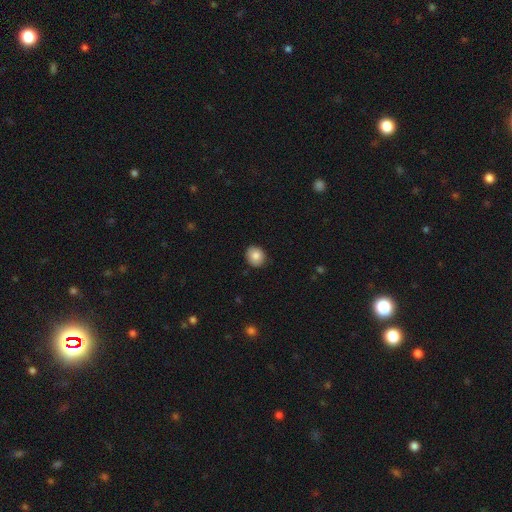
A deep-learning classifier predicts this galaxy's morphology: This is clearly a smooth galaxy (84%). How rounded: likely round (75%). Merging: clearly none (89%).